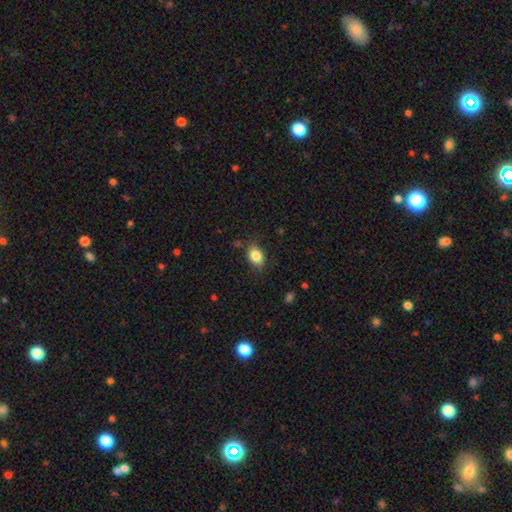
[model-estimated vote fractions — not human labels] Smooth or featured?
  - smooth: 84% *
  - star or artifact: 9%
  - featured or disk: 7%
How rounded?
  - in between: 70% *
  - round: 29%
  - cigar-shaped: 1%
Merging?
  - none: 79% *
  - minor disturbance: 15%
  - major disturbance: 4%
  - merger: 2%